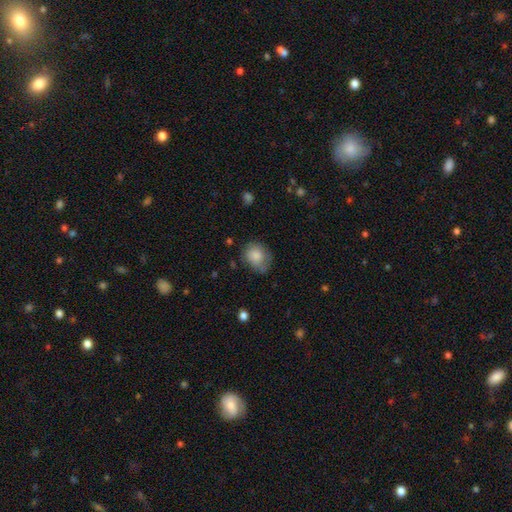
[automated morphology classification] Smooth or featured?
  - smooth: 82% *
  - featured or disk: 11%
  - star or artifact: 7%
How rounded?
  - round: 53% *
  - in between: 46%
  - cigar-shaped: 1%
Merging?
  - none: 61% *
  - minor disturbance: 28%
  - major disturbance: 9%
  - merger: 2%